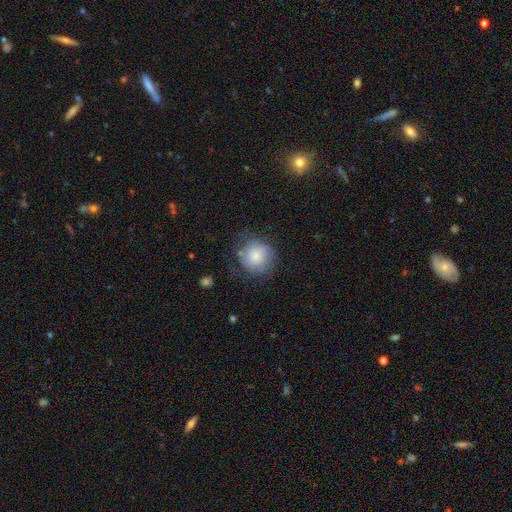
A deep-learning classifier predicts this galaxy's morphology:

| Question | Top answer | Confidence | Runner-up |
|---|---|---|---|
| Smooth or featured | smooth | 73% | featured or disk (19%) |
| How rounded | round | 87% | in between (12%) |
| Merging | none | 57% | minor disturbance (26%) |